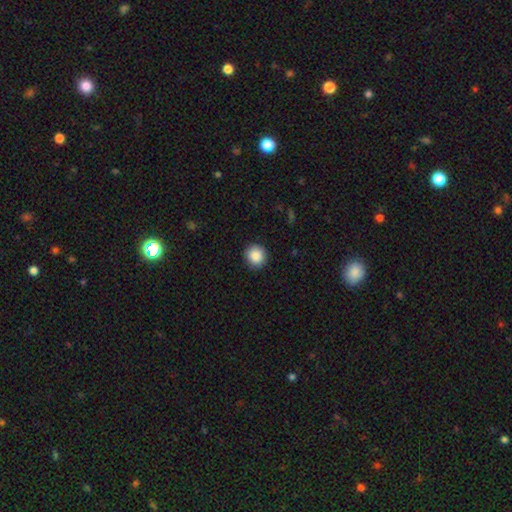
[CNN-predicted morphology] Overall: smooth (88%). How rounded: round (92%). Merging: none (91%).